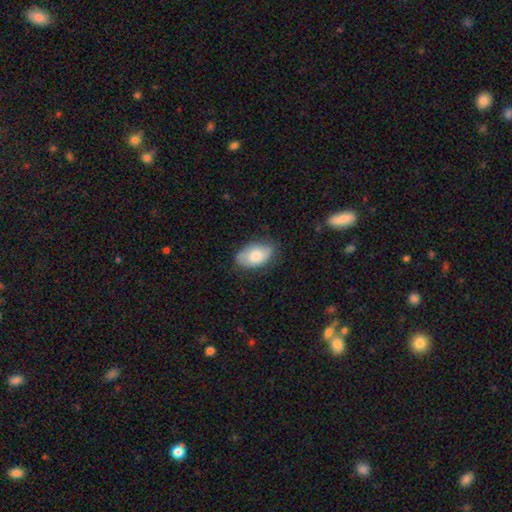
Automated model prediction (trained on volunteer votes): A smooth galaxy with no disk features (72%) that is in between round and cigar-shaped (92%).

Vote fractions:
- Smooth or featured? smooth: 72% / featured or disk: 21% / star or artifact: 6%
- How rounded? in between: 92% / round: 6% / cigar-shaped: 1%
- Merging? none: 73% / minor disturbance: 22% / major disturbance: 4% / merger: 1%